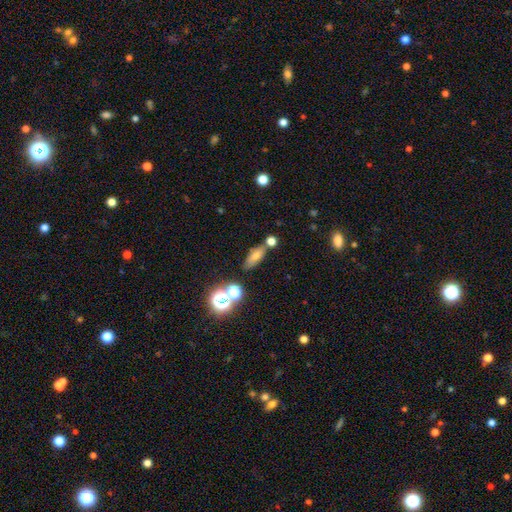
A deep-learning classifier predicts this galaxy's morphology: This is likely a smooth galaxy (65%). How rounded: likely in between (60%). Merging: likely none (68%).